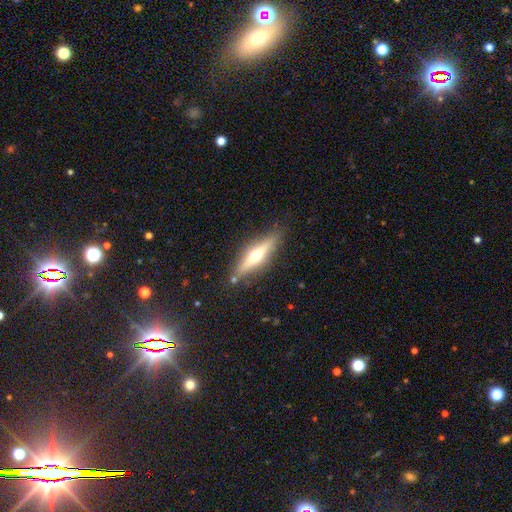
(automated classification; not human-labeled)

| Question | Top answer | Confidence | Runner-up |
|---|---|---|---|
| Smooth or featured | featured or disk | 63% | smooth (31%) |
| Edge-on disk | yes | 94% | no (6%) |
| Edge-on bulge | rounded | 94% | none (4%) |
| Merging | none | 85% | minor disturbance (10%) |